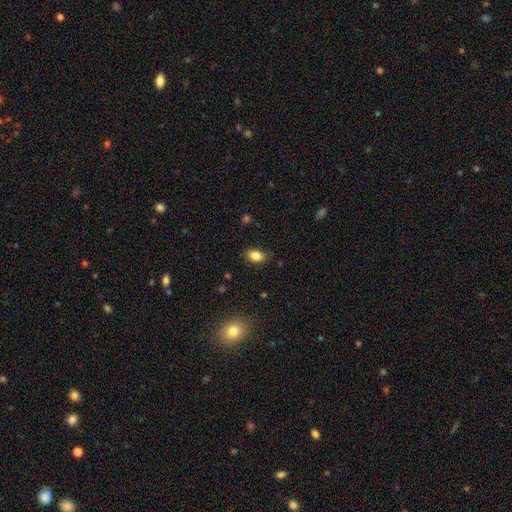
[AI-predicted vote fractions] Overall: smooth (84%). How rounded: in between (84%). Merging: none (83%).